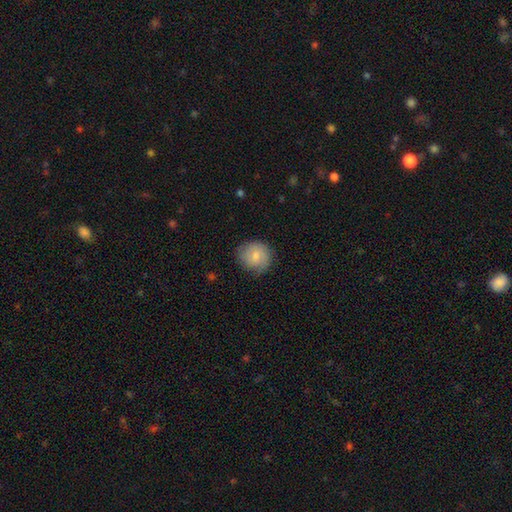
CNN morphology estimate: The model was most divided on "smooth or featured": smooth: 74%, featured or disk: 19%, star or artifact: 7%. More confident: how rounded — round (85%); merging — none (78%).